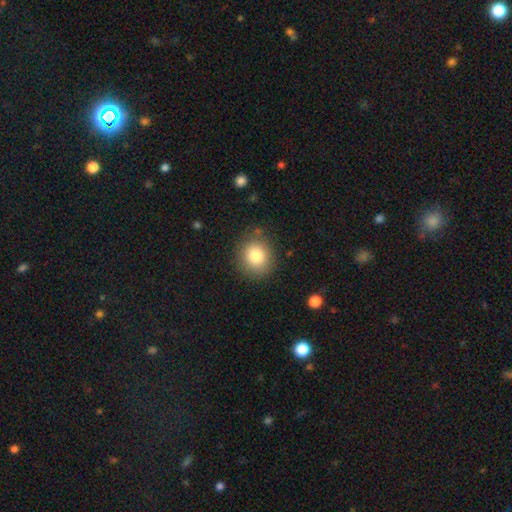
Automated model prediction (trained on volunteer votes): Smooth or featured? smooth (83%)
How rounded? round (82%)
Merging? none (85%)